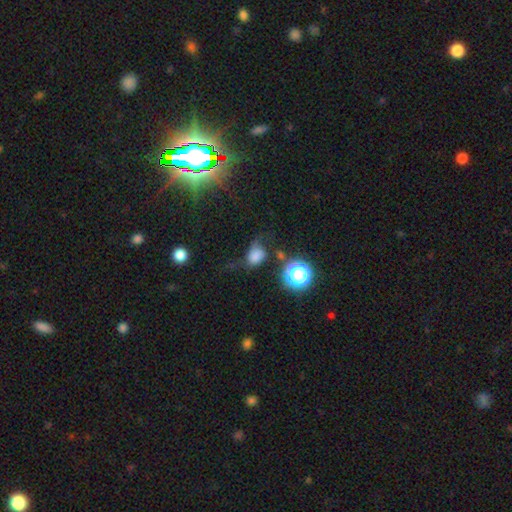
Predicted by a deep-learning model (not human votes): This appears to be a smooth galaxy with no disk features (70%) that is in between round and cigar-shaped (63%). Merging: none (35%).